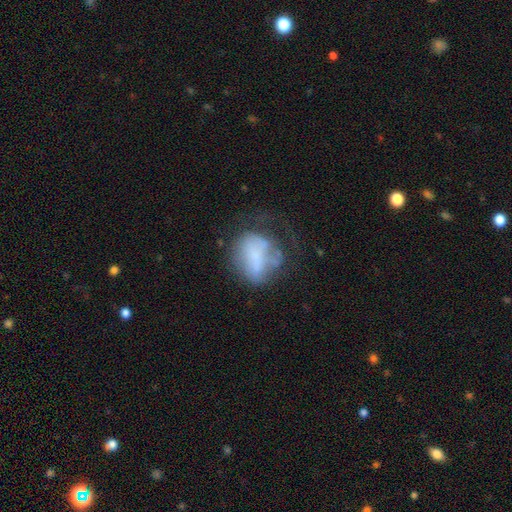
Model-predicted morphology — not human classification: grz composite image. It shows a smooth galaxy with no disk features (50%). Merging: major disturbance (39%).